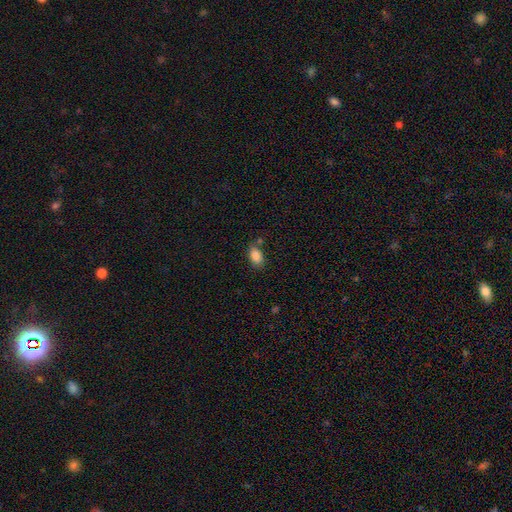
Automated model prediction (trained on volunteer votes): A smooth galaxy with no disk features (87%) that is in between round and cigar-shaped (90%).

Vote fractions:
- Smooth or featured? smooth: 87% / star or artifact: 8% / featured or disk: 5%
- How rounded? in between: 90% / round: 9% / cigar-shaped: 2%
- Merging? none: 74% / minor disturbance: 15% / merger: 8% / major disturbance: 4%